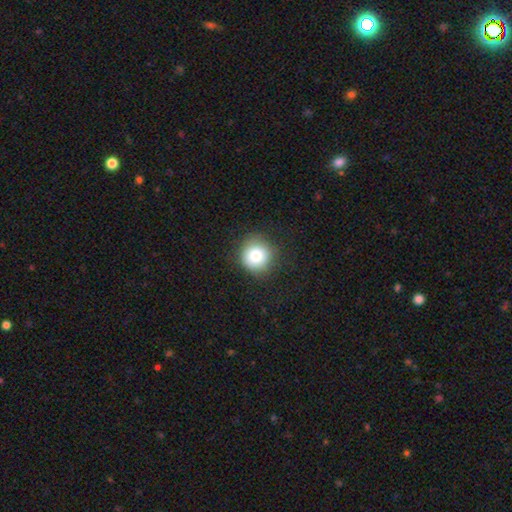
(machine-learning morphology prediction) smooth_or_featured: smooth (p=0.81) [alt: star or artifact p=0.10]
how_rounded: round (p=0.92) [alt: in between p=0.07]
merging: none (p=0.85) [alt: minor disturbance p=0.10]